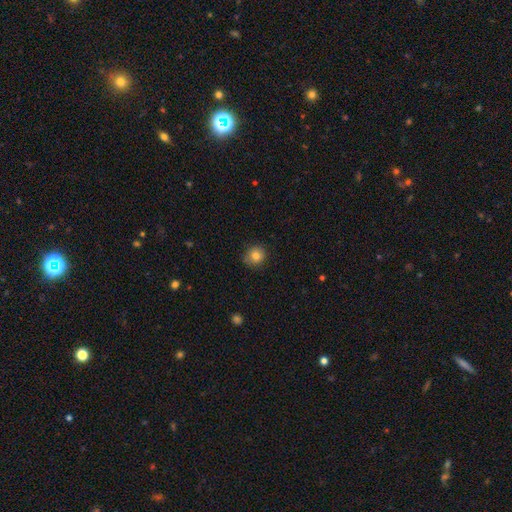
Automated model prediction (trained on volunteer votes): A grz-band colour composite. It shows a smooth galaxy with no disk features (82%) that is round (85%). Merging: none (84%).